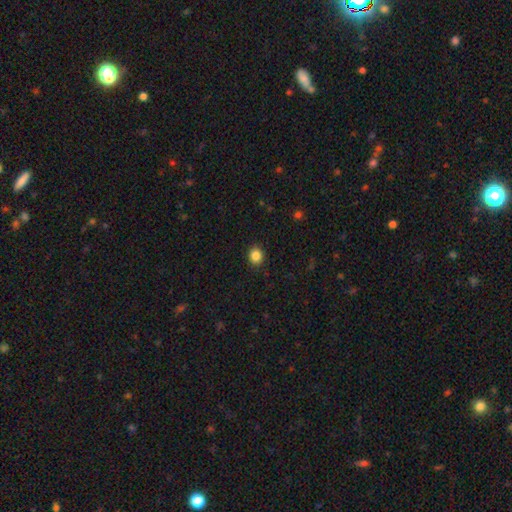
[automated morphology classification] A smooth galaxy with no disk features (85%) that is round (71%). Merging: none (90%).